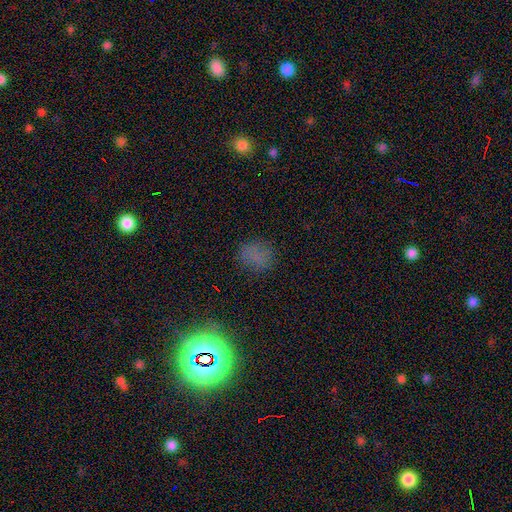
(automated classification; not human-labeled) Smooth or featured?
  - smooth: 62% *
  - star or artifact: 29%
  - featured or disk: 9%
How rounded?
  - round: 60% *
  - in between: 38%
  - cigar-shaped: 2%
Merging?
  - none: 77% *
  - minor disturbance: 15%
  - major disturbance: 6%
  - merger: 2%